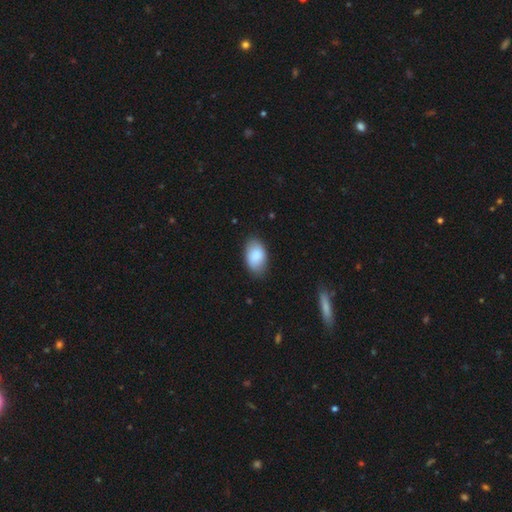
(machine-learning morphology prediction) The model was most divided on "merging": none: 79%, minor disturbance: 16%, major disturbance: 3%, merger: 1%. More confident: how rounded — in between (92%); smooth or featured — smooth (87%).